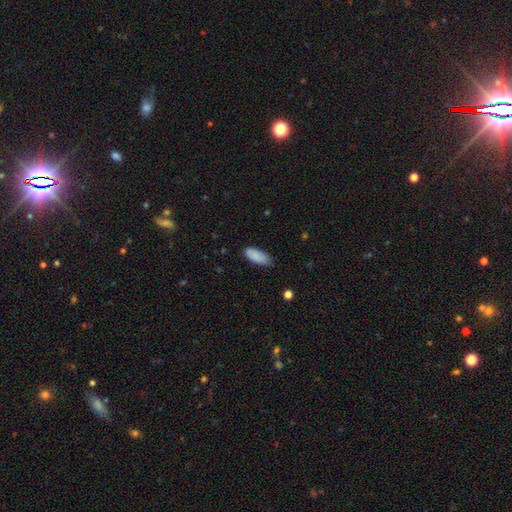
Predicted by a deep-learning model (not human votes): Smooth or featured? smooth (88%)
How rounded? in between (82%)
Merging? none (70%)